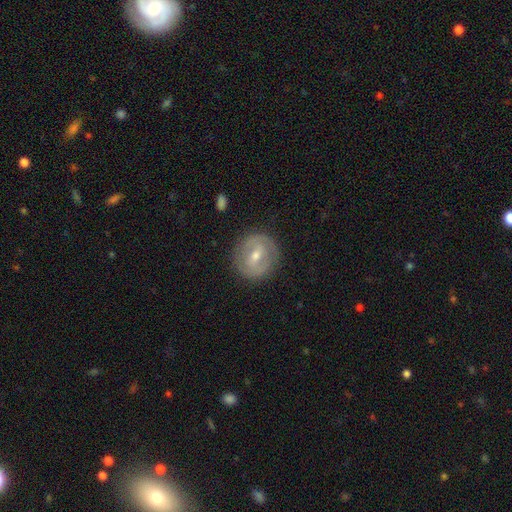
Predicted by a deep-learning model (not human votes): featured or disk 62%, smooth 32%, star or artifact 7%. Down the decision tree: edge-on disk — no (94%); bar — weak (46%); spiral arms — no (58%); bulge size — moderate (53%); merging — none (85%).